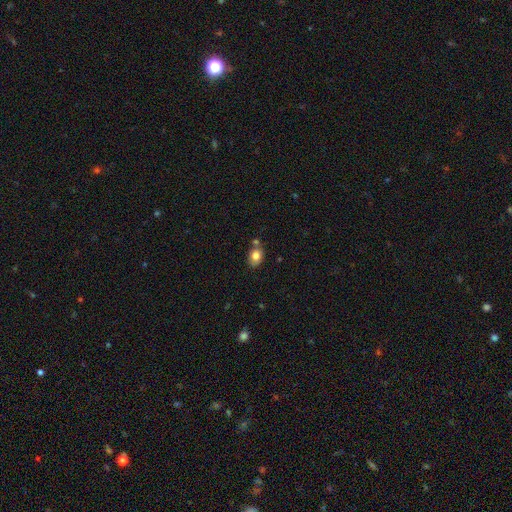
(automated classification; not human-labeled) Smooth or featured? smooth (81%)
How rounded? in between (68%)
Merging? none (64%)